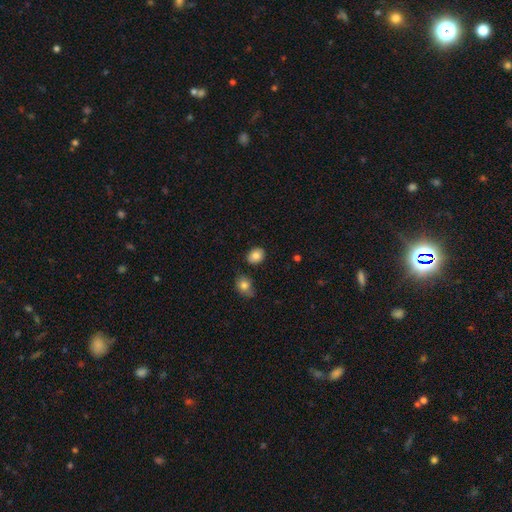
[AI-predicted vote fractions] smooth_or_featured: smooth (p=0.84) [alt: star or artifact p=0.09]
how_rounded: in between (p=0.53) [alt: round p=0.46]
merging: none (p=0.82) [alt: minor disturbance p=0.11]